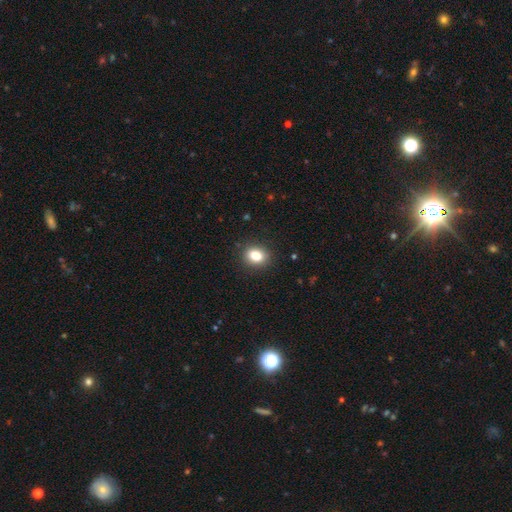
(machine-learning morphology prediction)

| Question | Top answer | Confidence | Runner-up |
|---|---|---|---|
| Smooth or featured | smooth | 82% | star or artifact (11%) |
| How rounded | in between | 56% | round (43%) |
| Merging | none | 88% | minor disturbance (9%) |